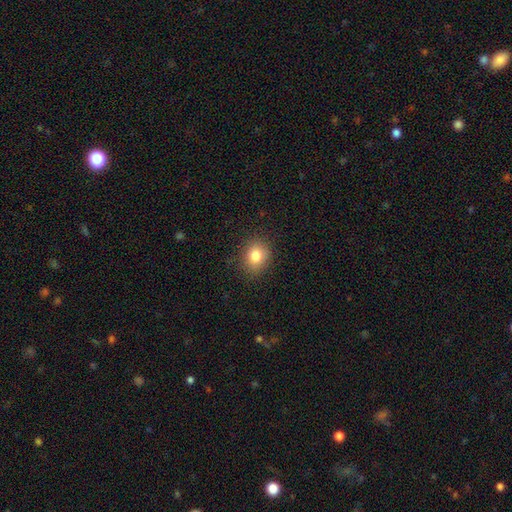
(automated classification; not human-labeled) A smooth galaxy with no disk features (83%) that is round (55%).

Vote fractions:
- Smooth or featured? smooth: 83% / star or artifact: 10% / featured or disk: 7%
- How rounded? round: 55% / in between: 44% / cigar-shaped: 1%
- Merging? none: 86% / minor disturbance: 10% / major disturbance: 3% / merger: 1%